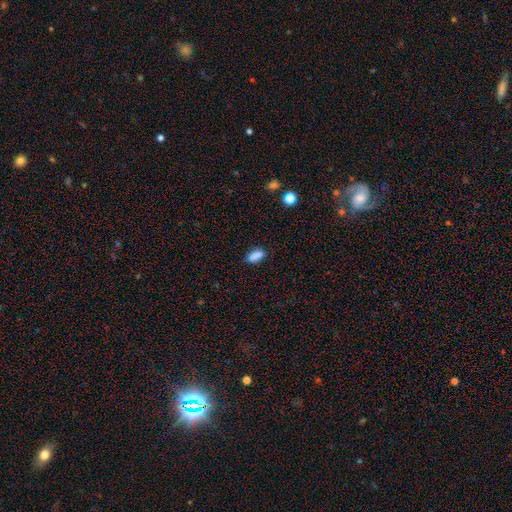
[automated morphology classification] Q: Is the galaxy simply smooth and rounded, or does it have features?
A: smooth — 85%.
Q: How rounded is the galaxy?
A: in between — 84%.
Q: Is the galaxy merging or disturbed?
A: none — 74%.